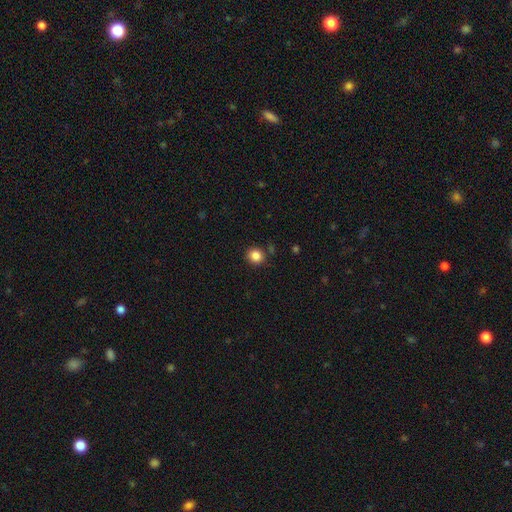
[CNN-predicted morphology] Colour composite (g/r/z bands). It shows a smooth galaxy with no disk features (86%) that is round (86%). Merging: none (86%).